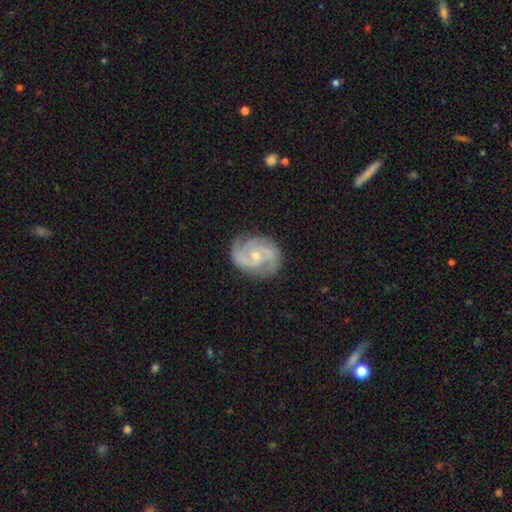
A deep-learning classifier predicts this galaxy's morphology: Smooth or featured? Predicted: featured or disk (p=0.90). Edge-on disk? Predicted: no (p=0.98). Bar? Predicted: no (p=0.61). Spiral arms? Predicted: yes (p=0.98). Spiral winding? Predicted: medium (p=0.47). Spiral arm count? Predicted: 2 (p=0.64). Bulge size? Predicted: small (p=0.61). Merging? Predicted: none (p=0.82).